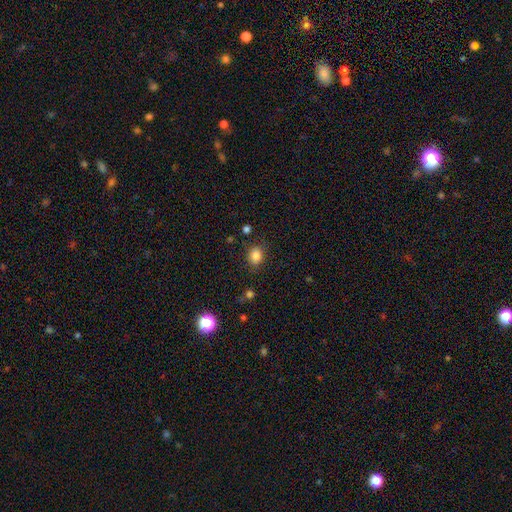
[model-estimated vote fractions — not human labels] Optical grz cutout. It shows a smooth galaxy with no disk features (84%) that is round (53%). Merging: none (82%).